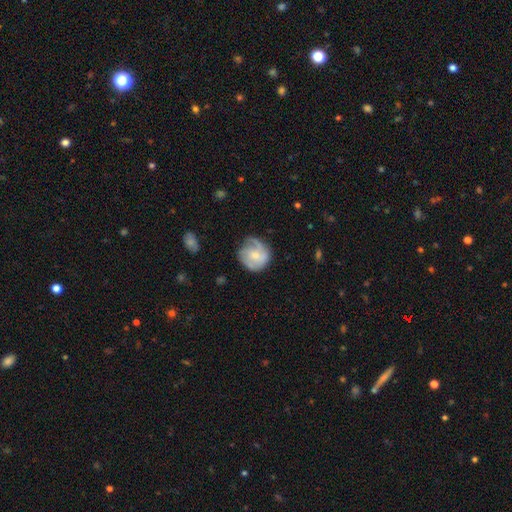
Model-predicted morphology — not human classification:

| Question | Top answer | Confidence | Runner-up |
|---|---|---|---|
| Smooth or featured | featured or disk | 58% | smooth (35%) |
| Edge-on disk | no | 97% | yes (3%) |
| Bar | no | 56% | weak (37%) |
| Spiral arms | yes | 84% | no (16%) |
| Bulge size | small | 56% | moderate (36%) |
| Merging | none | 62% | minor disturbance (24%) |